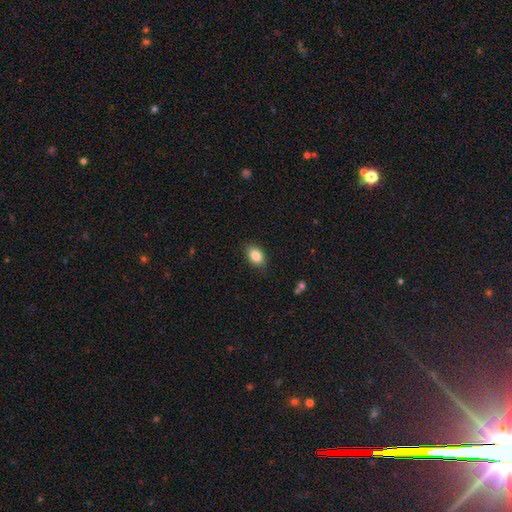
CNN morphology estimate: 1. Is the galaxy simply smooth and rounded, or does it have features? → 85% smooth, 8% star or artifact, 7% featured or disk.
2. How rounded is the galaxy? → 86% in between, 13% round, 2% cigar-shaped.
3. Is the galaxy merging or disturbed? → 86% none, 11% minor disturbance, 2% major disturbance, 1% merger.